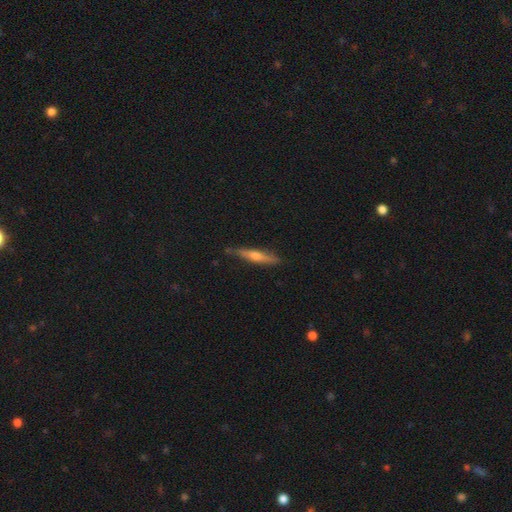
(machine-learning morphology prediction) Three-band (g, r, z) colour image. It shows a featured or disk galaxy (55%) viewed edge-on (94%) with a rounded central bulge (81%). Merging: none (83%).